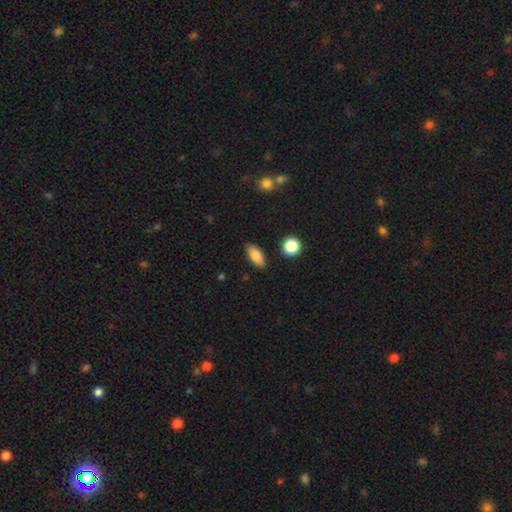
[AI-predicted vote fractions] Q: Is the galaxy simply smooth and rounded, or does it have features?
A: smooth — 85%.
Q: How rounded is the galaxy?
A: in between — 85%.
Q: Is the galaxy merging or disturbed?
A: none — 86%.